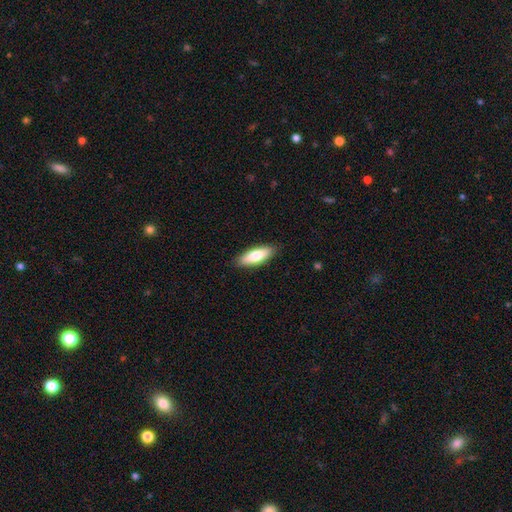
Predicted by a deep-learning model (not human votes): Smooth or featured: smooth — 76% (featured or disk — 18%)
How rounded: in between — 60% (cigar-shaped — 38%)
Merging: none — 88% (minor disturbance — 9%)